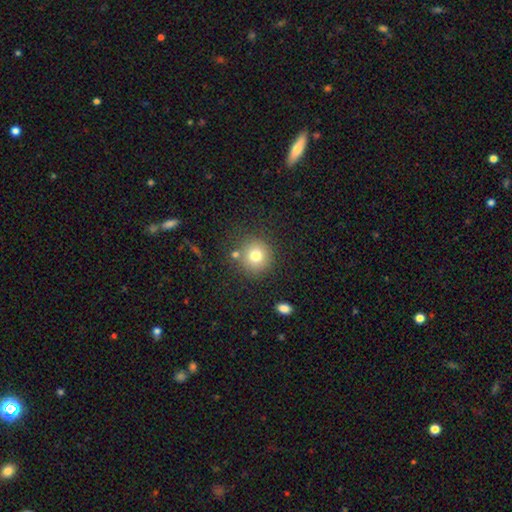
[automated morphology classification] A smooth galaxy with no disk features (76%) that is round (92%).

Vote fractions:
- Smooth or featured? smooth: 76% / star or artifact: 13% / featured or disk: 11%
- How rounded? round: 92% / in between: 7% / cigar-shaped: 1%
- Merging? none: 79% / minor disturbance: 9% / merger: 8% / major disturbance: 4%